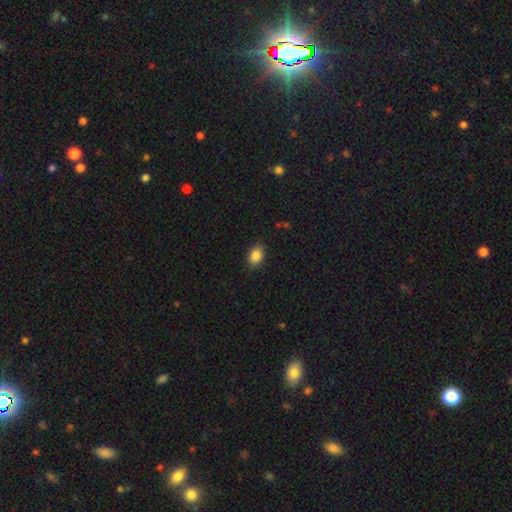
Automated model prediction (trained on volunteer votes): Q: Smooth or featured?
A: smooth (87%); runner-up: star or artifact (8%)
Q: How rounded?
A: in between (83%); runner-up: round (15%)
Q: Merging?
A: none (86%); runner-up: minor disturbance (11%)